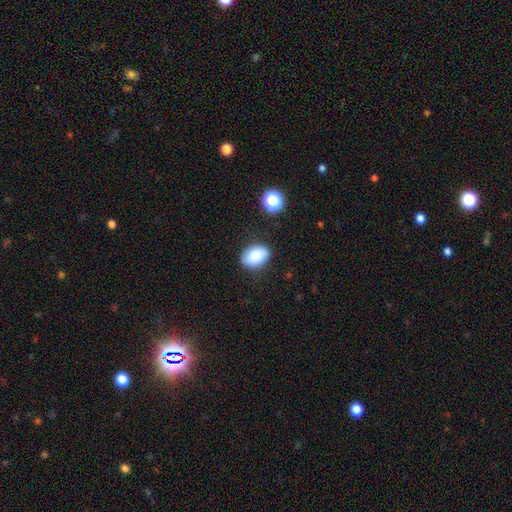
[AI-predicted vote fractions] Smooth or featured: smooth — 86% (star or artifact — 8%)
How rounded: in between — 83% (round — 15%)
Merging: none — 83% (minor disturbance — 12%)